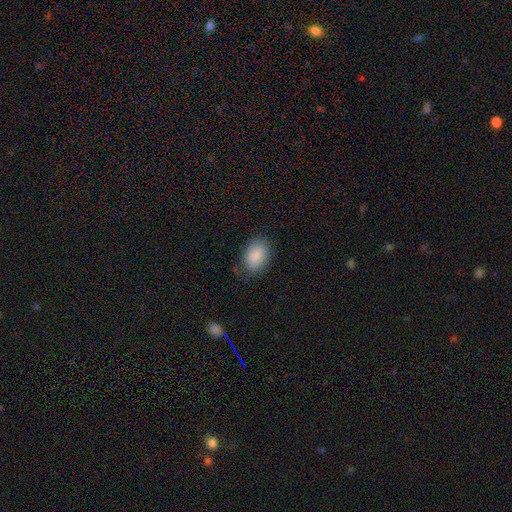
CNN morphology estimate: The model was most divided on "merging": none: 76%, minor disturbance: 18%, major disturbance: 5%, merger: 1%. More confident: smooth or featured — smooth (87%); how rounded — in between (87%).